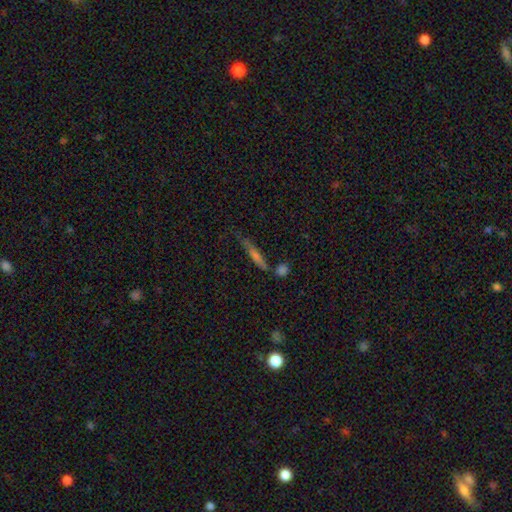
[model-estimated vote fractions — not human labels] smooth-or-featured: smooth: 49% | featured or disk: 39% | star or artifact: 12%
  merging: none: 67% | minor disturbance: 17% | merger: 10% | major disturbance: 5%